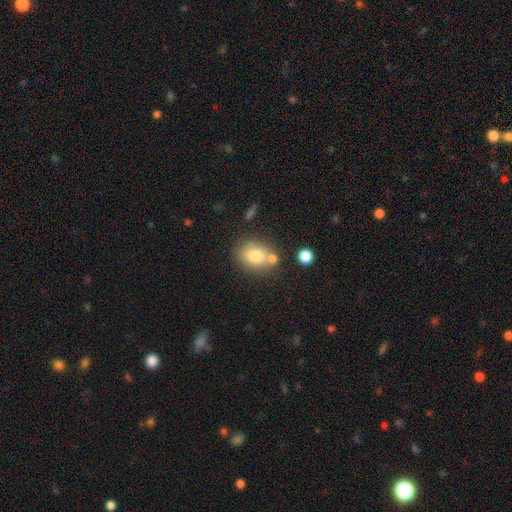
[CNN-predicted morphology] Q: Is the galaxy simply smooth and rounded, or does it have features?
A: smooth — 78%.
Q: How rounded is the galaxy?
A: round — 51%.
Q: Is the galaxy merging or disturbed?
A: none — 64%.